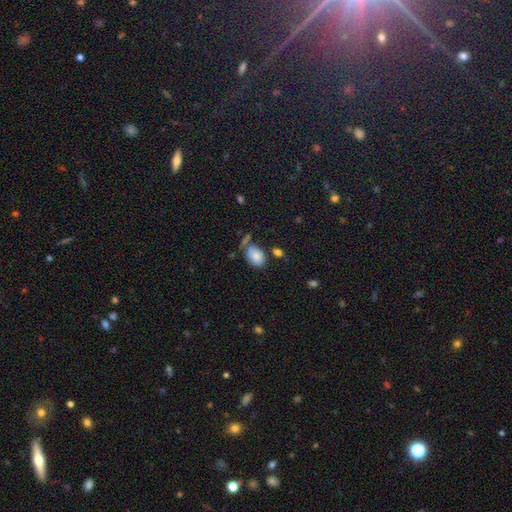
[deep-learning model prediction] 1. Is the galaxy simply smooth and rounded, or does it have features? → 83% smooth, 9% featured or disk, 8% star or artifact.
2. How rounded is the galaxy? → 84% in between, 15% round, 1% cigar-shaped.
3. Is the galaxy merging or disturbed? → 58% none, 21% minor disturbance, 13% merger, 8% major disturbance.